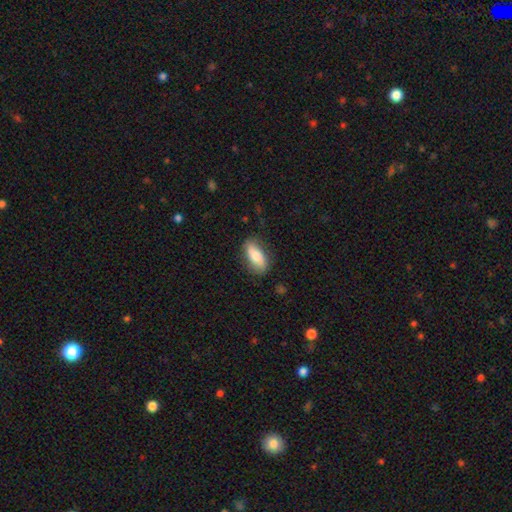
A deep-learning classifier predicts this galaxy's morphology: Q: Smooth or featured?
A: smooth (72%); runner-up: featured or disk (22%)
Q: How rounded?
A: in between (83%); runner-up: cigar-shaped (13%)
Q: Merging?
A: none (79%); runner-up: minor disturbance (16%)